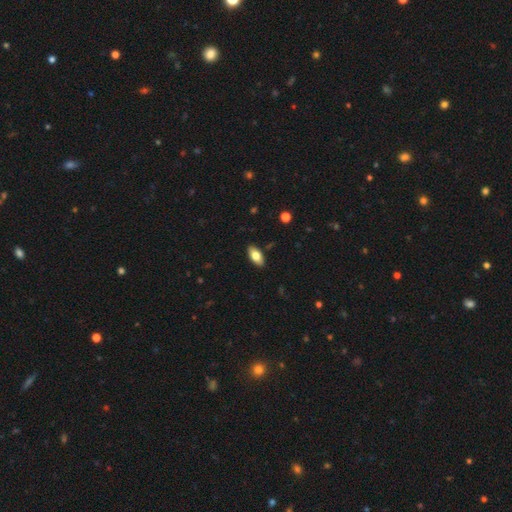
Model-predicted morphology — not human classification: Smooth or featured? smooth (78%)
How rounded? in between (91%)
Merging? none (89%)